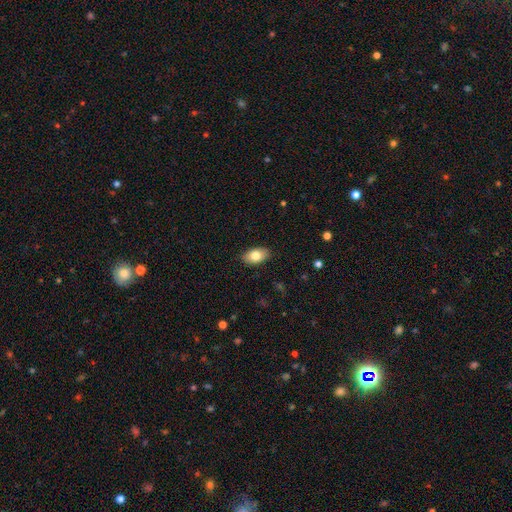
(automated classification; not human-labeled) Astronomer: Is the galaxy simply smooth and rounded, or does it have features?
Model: smooth — 80%.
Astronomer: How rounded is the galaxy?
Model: in between — 92%.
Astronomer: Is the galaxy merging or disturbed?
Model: none — 87%.